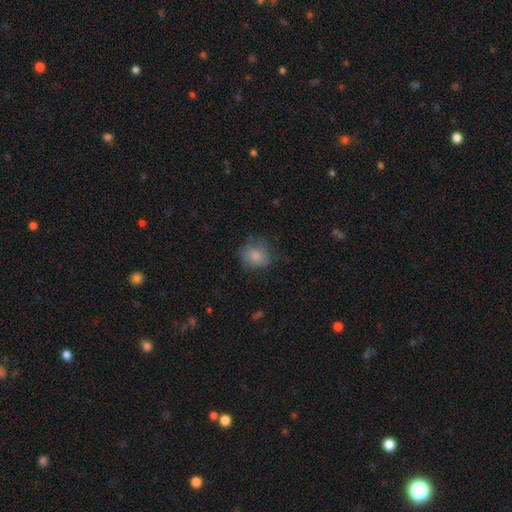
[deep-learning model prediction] The model was most divided on "merging": none: 60%, minor disturbance: 27%, major disturbance: 12%, merger: 1%. More confident: smooth or featured — smooth (78%); how rounded — round (67%).